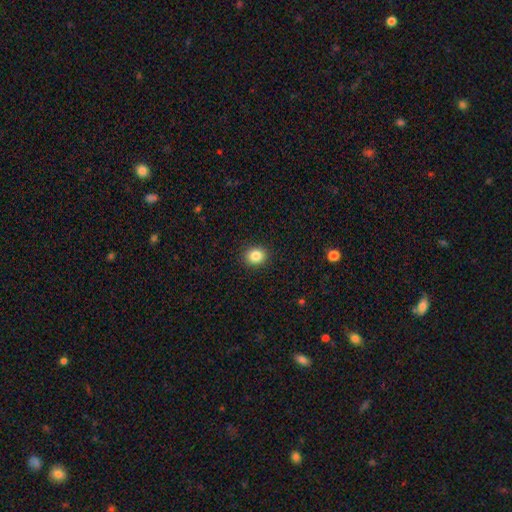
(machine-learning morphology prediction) This is clearly a smooth galaxy (85%). How rounded: likely round (66%). Merging: clearly none (91%).